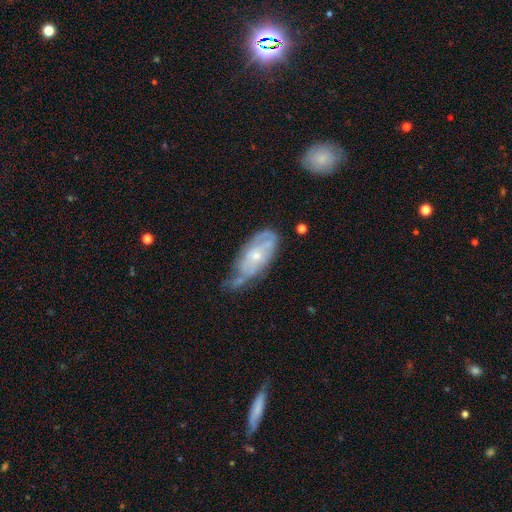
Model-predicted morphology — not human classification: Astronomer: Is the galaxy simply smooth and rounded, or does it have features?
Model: featured or disk — 67%.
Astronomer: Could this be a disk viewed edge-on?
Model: no — 91%.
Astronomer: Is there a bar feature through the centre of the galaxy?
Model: no — 75%.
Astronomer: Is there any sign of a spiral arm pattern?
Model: yes — 73%.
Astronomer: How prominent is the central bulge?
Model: small — 65%.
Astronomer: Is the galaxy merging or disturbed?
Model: none — 40% (runner-up: minor disturbance, 38%).